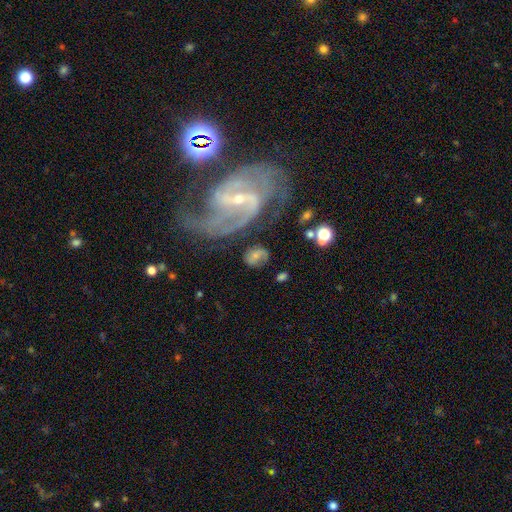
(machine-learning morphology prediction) Q: Smooth or featured?
A: featured or disk (57%); runner-up: smooth (33%)
Q: Edge-on disk?
A: no (95%); runner-up: yes (5%)
Q: Bar?
A: weak (41%); runner-up: no (33%)
Q: Spiral arms?
A: yes (83%); runner-up: no (17%)
Q: Bulge size?
A: small (57%); runner-up: moderate (33%)
Q: Merging?
A: none (57%); runner-up: minor disturbance (20%)